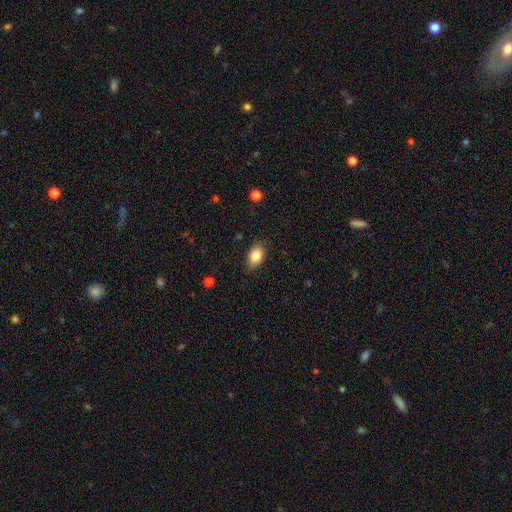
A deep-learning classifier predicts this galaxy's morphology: Smooth or featured? Predicted: smooth (p=0.85). How rounded? Predicted: in between (p=0.87). Merging? Predicted: none (p=0.83).